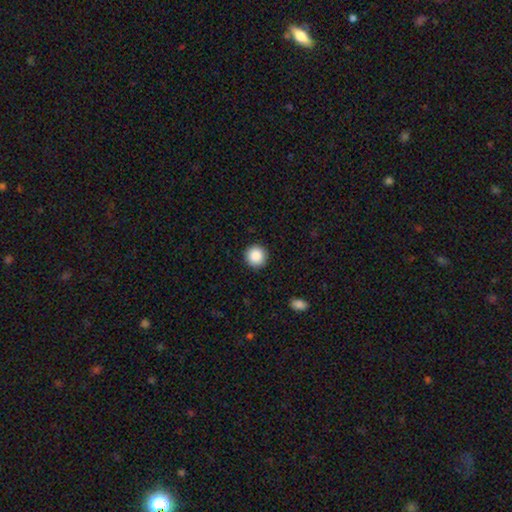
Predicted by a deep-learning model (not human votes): Morphology: type=smooth (88%); roundness=round (95%); merging=none (92%).